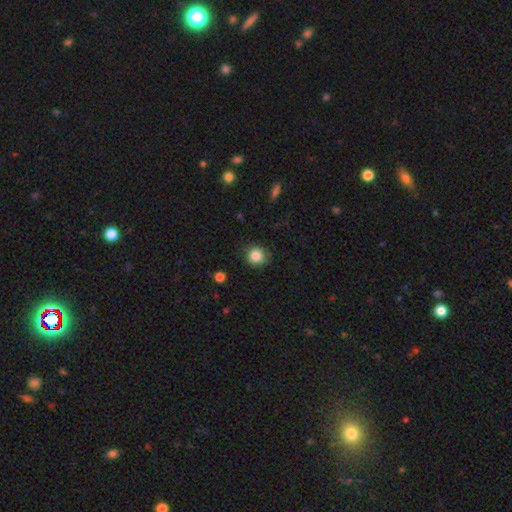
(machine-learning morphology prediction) Overall: smooth (85%). How rounded: round (85%). Merging: none (81%).